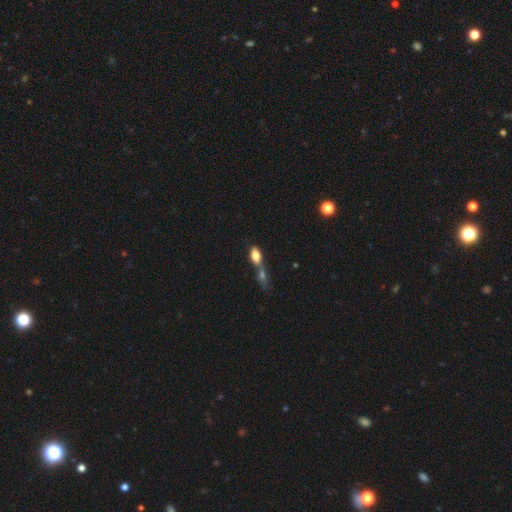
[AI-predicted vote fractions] Smooth or featured: smooth — 74% (featured or disk — 17%)
How rounded: in between — 81% (cigar-shaped — 12%)
Merging: merger — 66% (none — 20%)